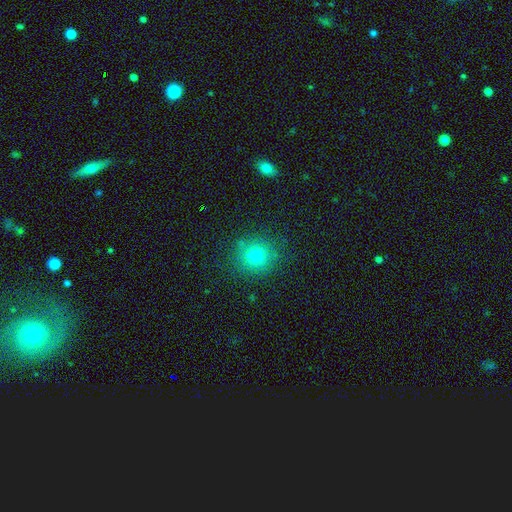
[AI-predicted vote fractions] Smooth or featured? Predicted: smooth (p=0.75). How rounded? Predicted: round (p=0.89). Merging? Predicted: none (p=0.86).